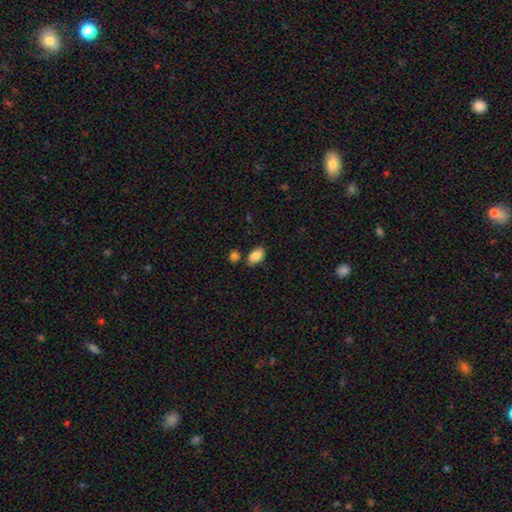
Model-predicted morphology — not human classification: type=smooth (87%); roundness=in between (93%); merging=none (77%).